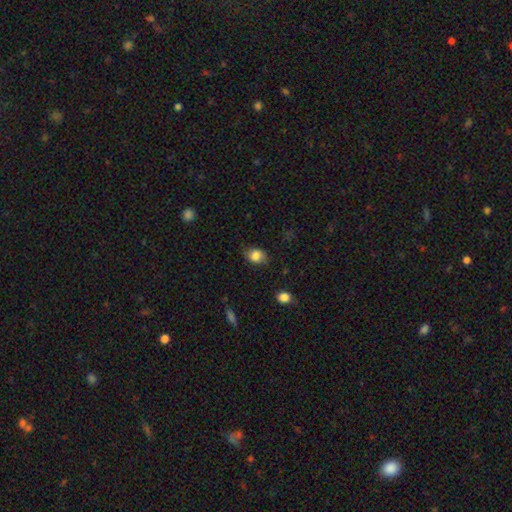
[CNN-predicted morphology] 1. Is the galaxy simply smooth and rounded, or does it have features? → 83% smooth, 9% featured or disk, 8% star or artifact.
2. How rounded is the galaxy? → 61% in between, 38% round, 1% cigar-shaped.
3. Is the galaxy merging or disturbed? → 71% none, 22% minor disturbance, 5% major disturbance, 1% merger.